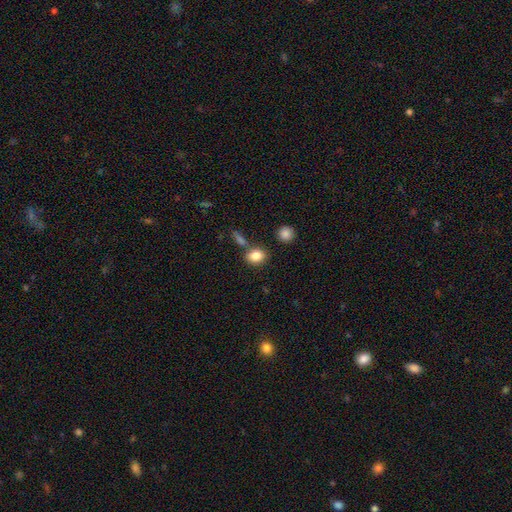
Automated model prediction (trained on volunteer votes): Smooth or featured? Predicted: smooth (p=0.85). How rounded? Predicted: in between (p=0.56). Merging? Predicted: none (p=0.72).